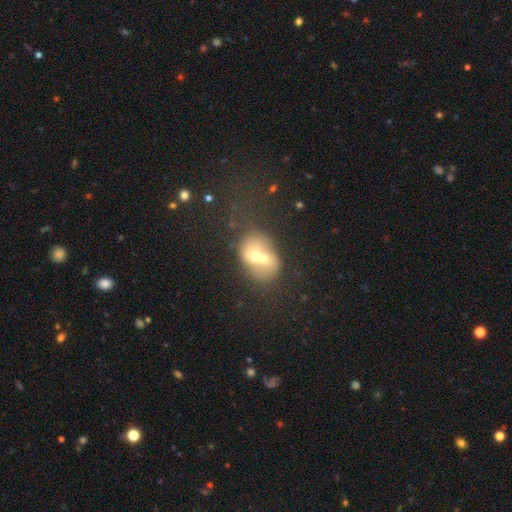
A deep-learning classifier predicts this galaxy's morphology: Q: Smooth or featured?
A: smooth (54%); runner-up: featured or disk (34%)
Q: How rounded?
A: round (50%); runner-up: in between (49%)
Q: Merging?
A: merger (71%); runner-up: none (18%)